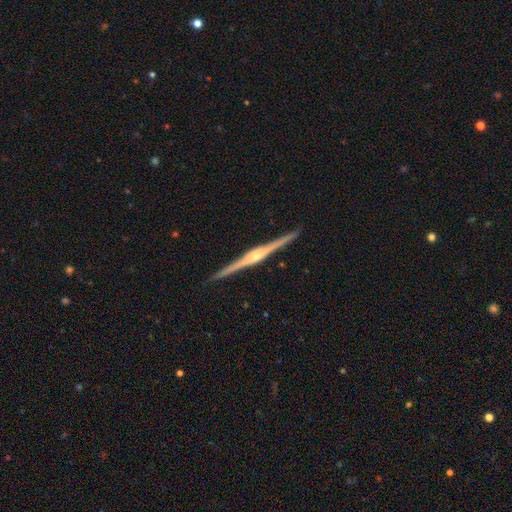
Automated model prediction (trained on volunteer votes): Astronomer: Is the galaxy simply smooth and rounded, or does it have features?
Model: featured or disk — 88%.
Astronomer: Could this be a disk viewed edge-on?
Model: yes — 99%.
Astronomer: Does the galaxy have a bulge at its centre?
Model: rounded — 83%.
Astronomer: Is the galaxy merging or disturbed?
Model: none — 93%.